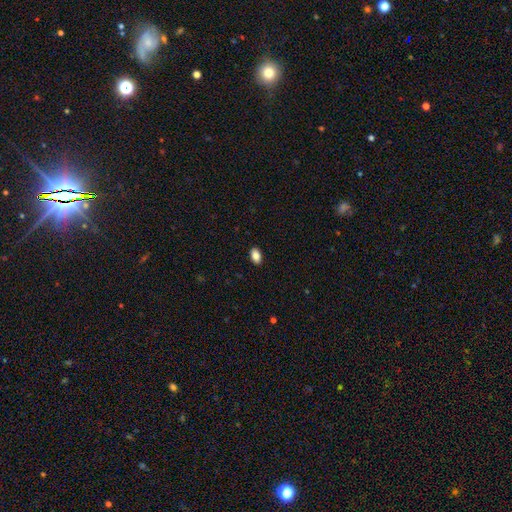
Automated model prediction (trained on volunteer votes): smooth-or-featured: smooth: 86% | star or artifact: 8% | featured or disk: 6%
  how-rounded: in between: 89% | round: 9% | cigar-shaped: 2%
  merging: none: 90% | minor disturbance: 8% | major disturbance: 2% | merger: 1%